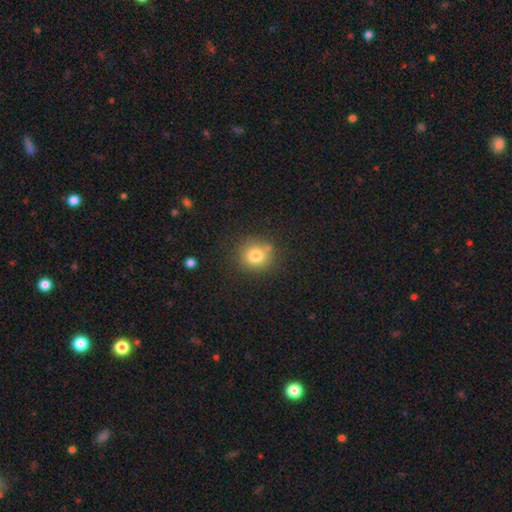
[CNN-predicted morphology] A smooth galaxy with no disk features (78%) that is round (85%).

Vote fractions:
- Smooth or featured? smooth: 78% / star or artifact: 12% / featured or disk: 10%
- How rounded? round: 85% / in between: 14% / cigar-shaped: 1%
- Merging? none: 78% / minor disturbance: 12% / merger: 7% / major disturbance: 3%